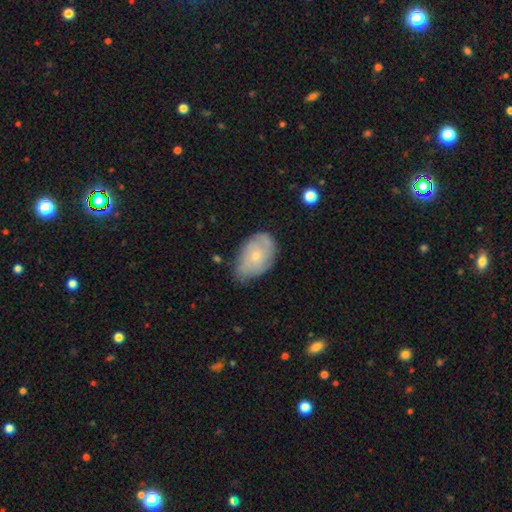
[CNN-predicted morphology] A smooth galaxy with no disk features (48%). Merging: none (53%).